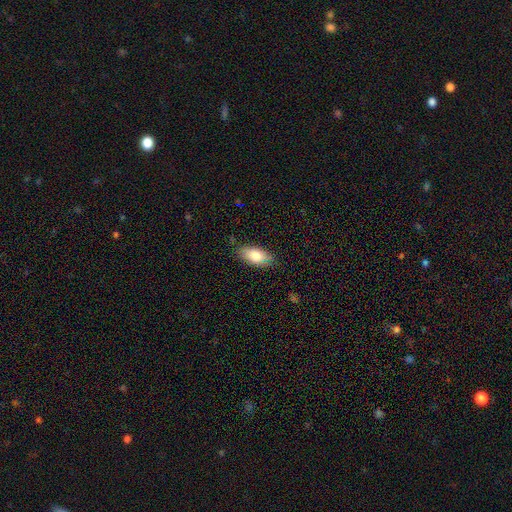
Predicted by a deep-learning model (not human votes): A smooth galaxy with no disk features (78%) that is in between round and cigar-shaped (88%).

Vote fractions:
- Smooth or featured? smooth: 78% / featured or disk: 15% / star or artifact: 7%
- How rounded? in between: 88% / cigar-shaped: 9% / round: 3%
- Merging? none: 81% / minor disturbance: 15% / major disturbance: 3% / merger: 1%